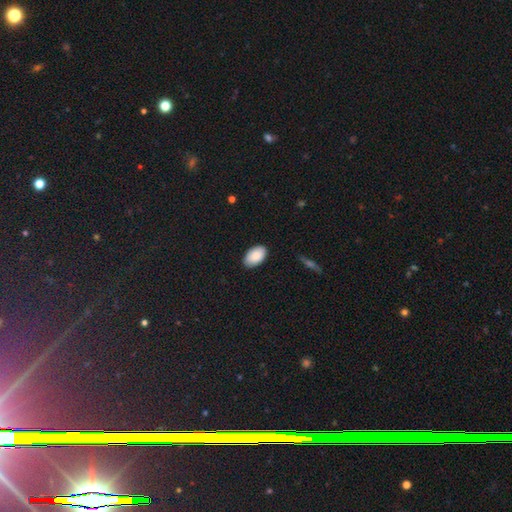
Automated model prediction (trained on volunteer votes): smooth-or-featured: smooth: 90% | star or artifact: 6% | featured or disk: 4%
  how-rounded: in between: 95% | round: 4% | cigar-shaped: 1%
  merging: none: 87% | minor disturbance: 11% | major disturbance: 2% | merger: 1%